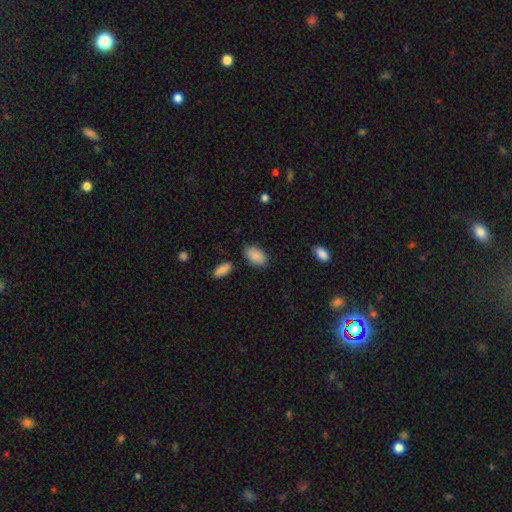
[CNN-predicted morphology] Smooth or featured? Predicted: smooth (p=0.89). How rounded? Predicted: in between (p=0.93). Merging? Predicted: none (p=0.80).